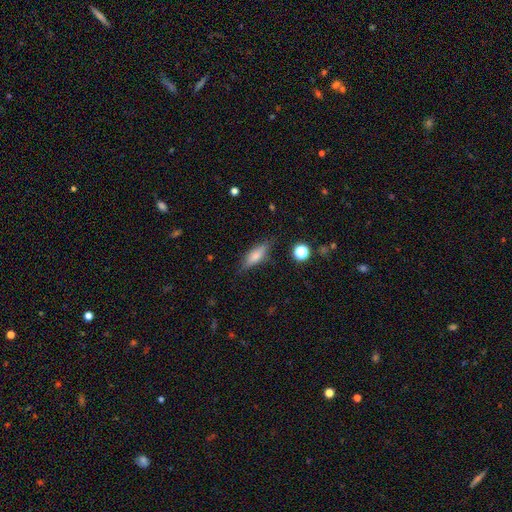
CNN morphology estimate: Overall: smooth (64%; featured or disk 28%). How rounded: in between (51%; cigar-shaped 46%). Merging: none (79%).